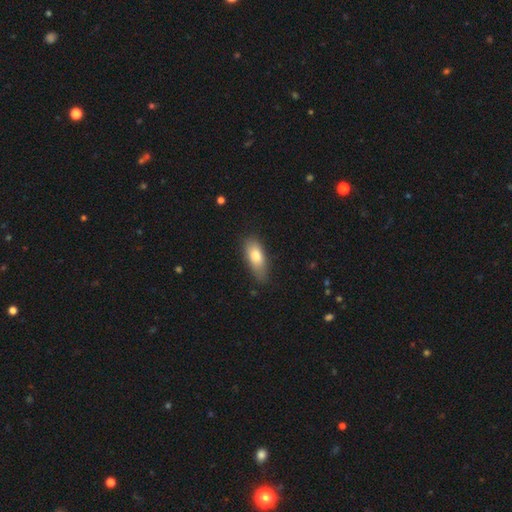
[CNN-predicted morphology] This is likely a smooth galaxy (78%). How rounded: likely in between (77%). Merging: likely none (71%).